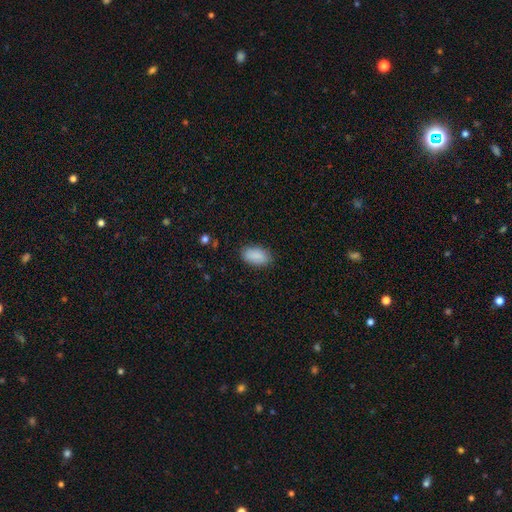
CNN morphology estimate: Overall: smooth (89%). How rounded: in between (93%). Merging: none (83%).